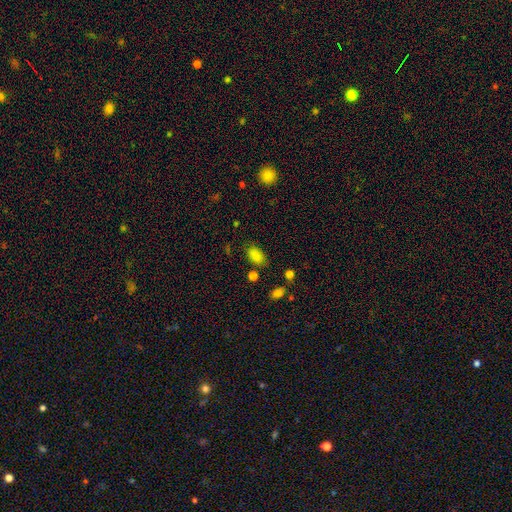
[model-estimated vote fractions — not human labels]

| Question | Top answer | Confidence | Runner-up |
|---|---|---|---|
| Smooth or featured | smooth | 84% | star or artifact (11%) |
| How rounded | in between | 90% | round (8%) |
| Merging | none | 76% | minor disturbance (15%) |